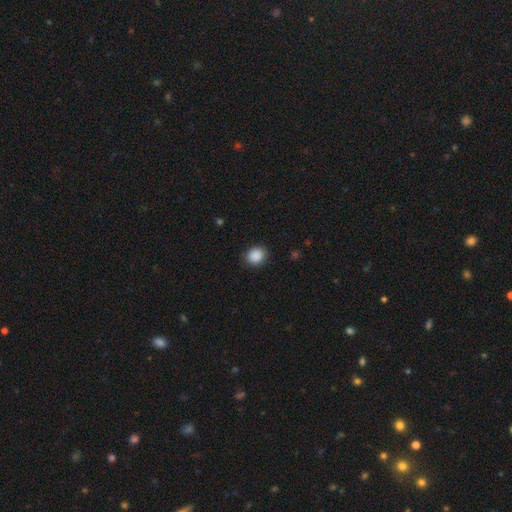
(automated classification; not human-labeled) Morphology: type=smooth (89%); roundness=round (72%); merging=none (88%).